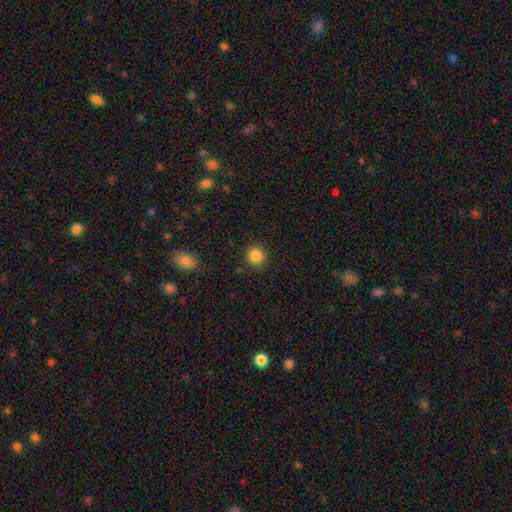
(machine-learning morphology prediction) Smooth or featured? Predicted: smooth (p=0.85). How rounded? Predicted: round (p=0.93). Merging? Predicted: none (p=0.90).